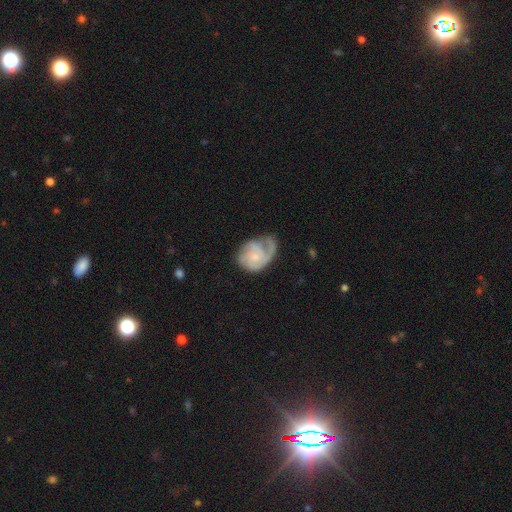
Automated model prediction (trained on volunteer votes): The model was most divided on "spiral arm count": 2: 27%, can't tell: 25%, 3: 21%, 1: 19%, 4: 5%, more than 4: 4%. Remaining: edge-on disk — no (98%); spiral arms — yes (90%); bar — no (73%); smooth or featured — featured or disk (72%); bulge size — small (60%); spiral winding — tight (43%); merging — none (41%).